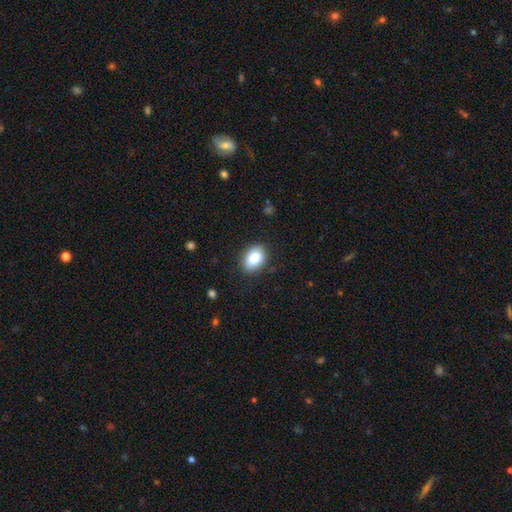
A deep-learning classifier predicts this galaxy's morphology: Overall: smooth (85%). How rounded: in between (79%). Merging: none (86%).